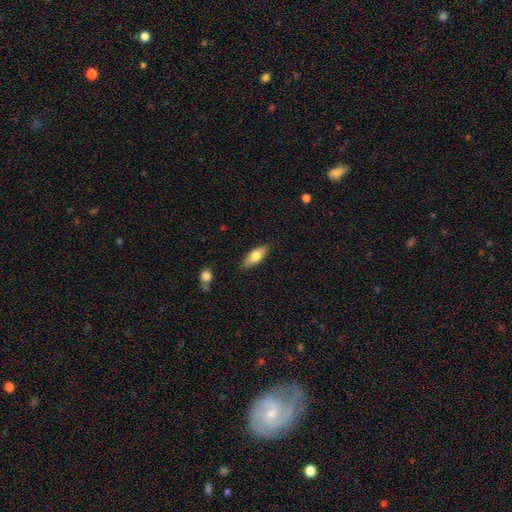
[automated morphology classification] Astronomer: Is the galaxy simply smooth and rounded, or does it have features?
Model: smooth — 74%.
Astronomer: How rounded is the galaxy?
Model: in between — 79%.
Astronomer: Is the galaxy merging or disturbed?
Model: none — 84%.